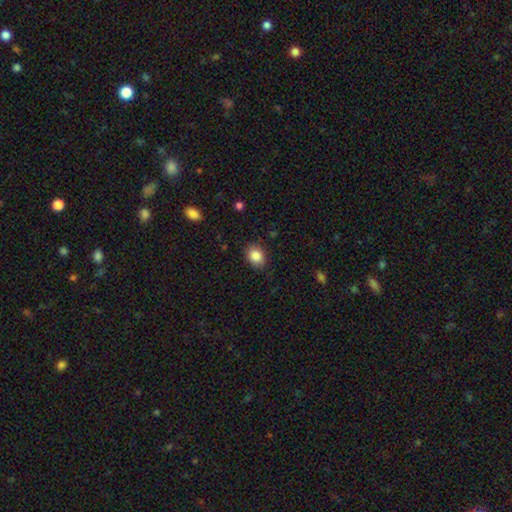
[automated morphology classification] This is clearly a smooth galaxy (86%). How rounded: possibly in between (57%). Merging: clearly none (86%).